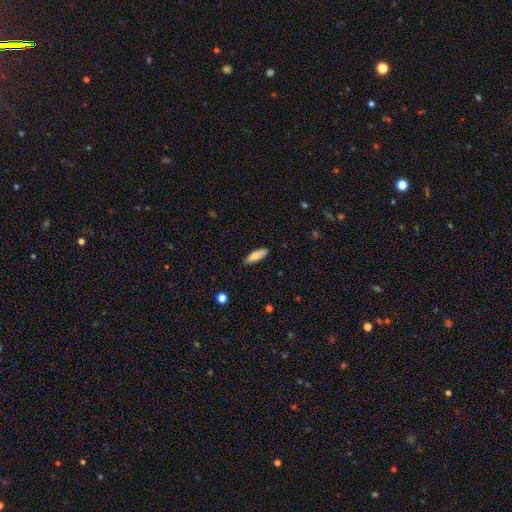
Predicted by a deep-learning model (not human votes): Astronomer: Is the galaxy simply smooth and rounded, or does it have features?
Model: smooth — 75%.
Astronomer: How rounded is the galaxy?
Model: in between — 60% (runner-up: cigar-shaped, 38%).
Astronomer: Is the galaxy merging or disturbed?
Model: none — 86%.